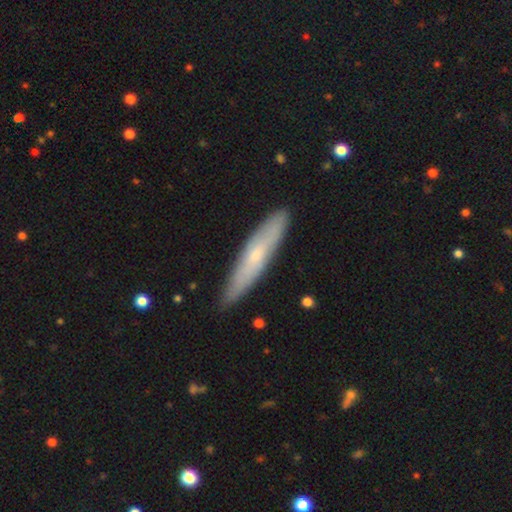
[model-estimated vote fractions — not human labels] Smooth or featured?
  - smooth: 50% *
  - featured or disk: 44%
  - star or artifact: 6%
How rounded?
  - cigar-shaped: 87% *
  - in between: 11%
  - round: 1%
Merging?
  - none: 86% *
  - minor disturbance: 11%
  - major disturbance: 2%
  - merger: 1%